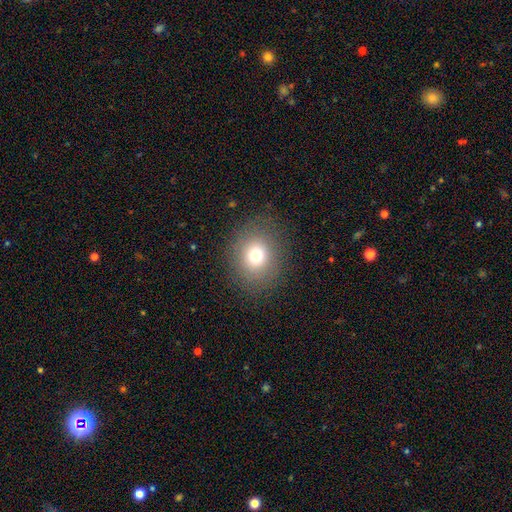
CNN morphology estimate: This is likely a smooth galaxy (73%). How rounded: likely round (73%). Merging: clearly none (85%).